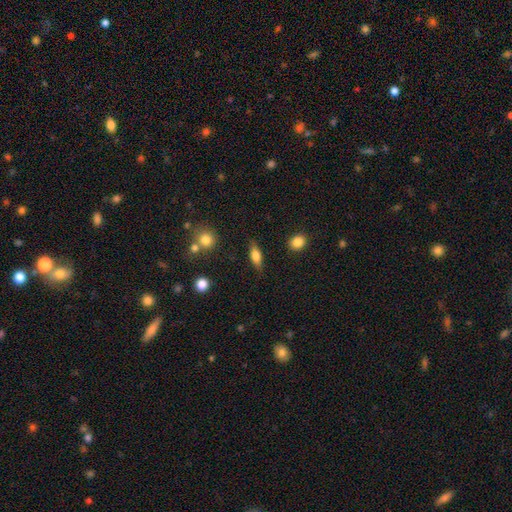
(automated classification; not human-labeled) Smooth or featured? smooth (64%)
How rounded? in between (67%)
Merging? none (82%)